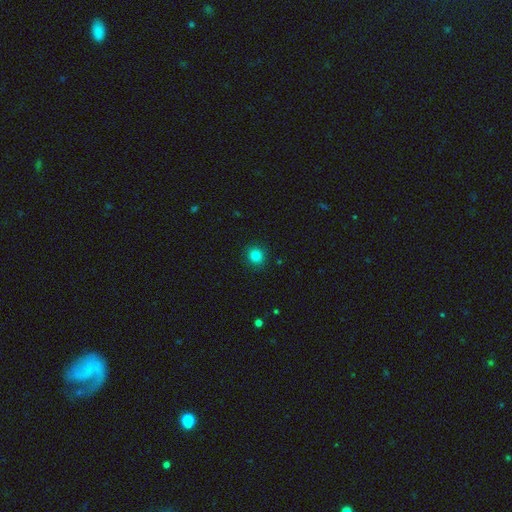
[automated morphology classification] This appears to be a smooth galaxy with no disk features (82%) that is round (89%). Merging: none (91%).